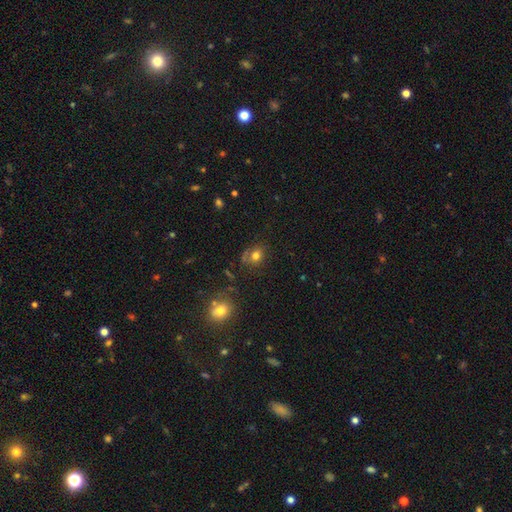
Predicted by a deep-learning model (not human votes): Overall: smooth (73%). How rounded: round (64%; in between 35%). Merging: none (62%).